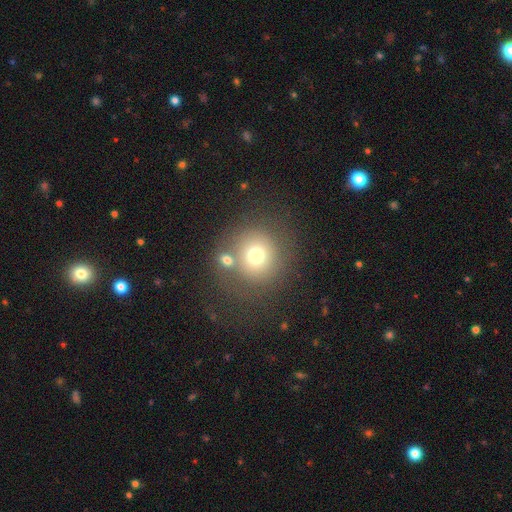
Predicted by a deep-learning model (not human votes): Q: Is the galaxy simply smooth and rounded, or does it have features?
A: smooth — 70%.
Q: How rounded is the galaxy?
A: round — 91%.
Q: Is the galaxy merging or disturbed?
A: none — 64%.